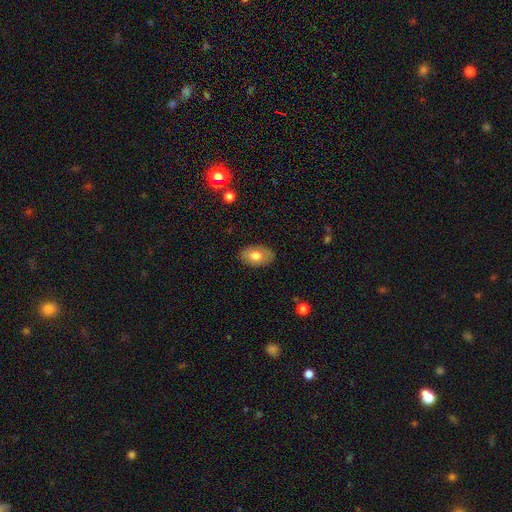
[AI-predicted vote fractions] A smooth galaxy with no disk features (72%) that is in between round and cigar-shaped (88%).

Vote fractions:
- Smooth or featured? smooth: 72% / featured or disk: 21% / star or artifact: 7%
- How rounded? in between: 88% / round: 11% / cigar-shaped: 1%
- Merging? none: 85% / minor disturbance: 12% / major disturbance: 3% / merger: 1%